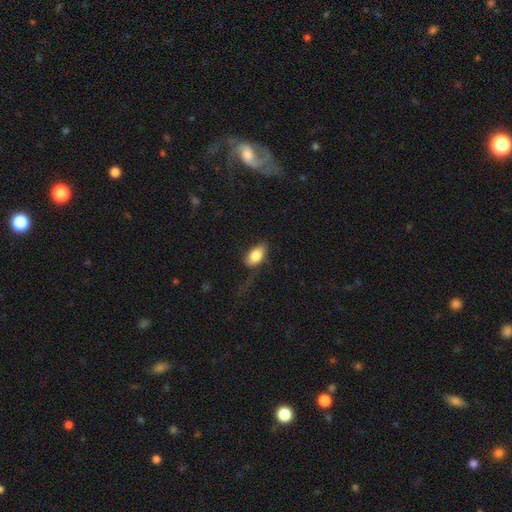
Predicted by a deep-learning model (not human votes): This is clearly a smooth galaxy (82%). How rounded: clearly in between (91%). Merging: possibly none (57%).